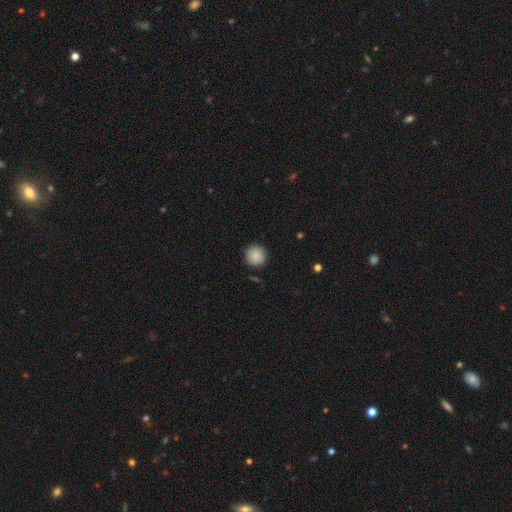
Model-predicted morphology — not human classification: A smooth galaxy with no disk features (87%) that is round (95%).

Vote fractions:
- Smooth or featured? smooth: 87% / star or artifact: 8% / featured or disk: 5%
- How rounded? round: 95% / in between: 4% / cigar-shaped: 1%
- Merging? none: 89% / minor disturbance: 8% / major disturbance: 2% / merger: 1%